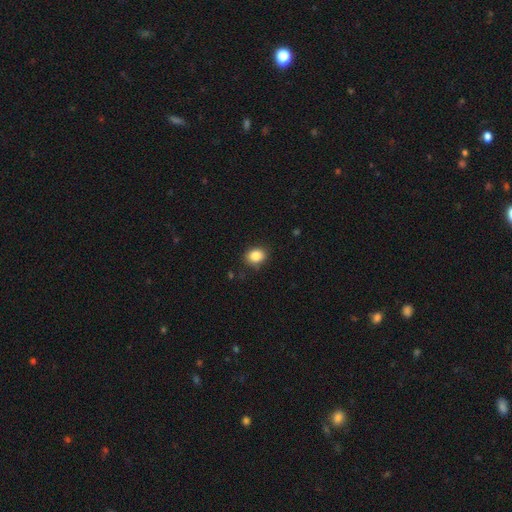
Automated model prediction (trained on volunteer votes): smooth 86%, star or artifact 9%, featured or disk 5%. Down the decision tree: how rounded — round (50%); merging — none (86%).